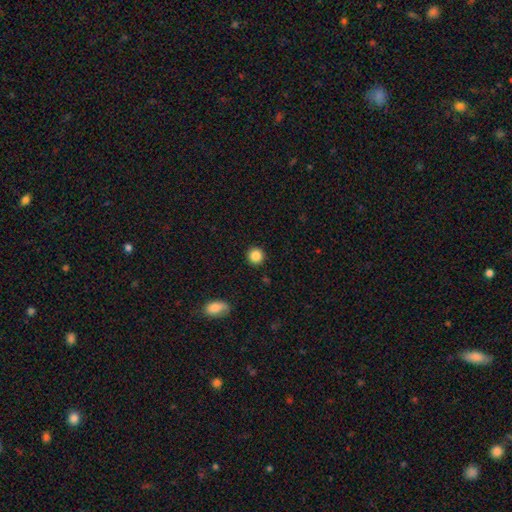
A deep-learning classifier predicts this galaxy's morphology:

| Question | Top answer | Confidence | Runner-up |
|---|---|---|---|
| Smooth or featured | smooth | 87% | star or artifact (10%) |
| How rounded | round | 94% | in between (5%) |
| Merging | none | 92% | minor disturbance (5%) |